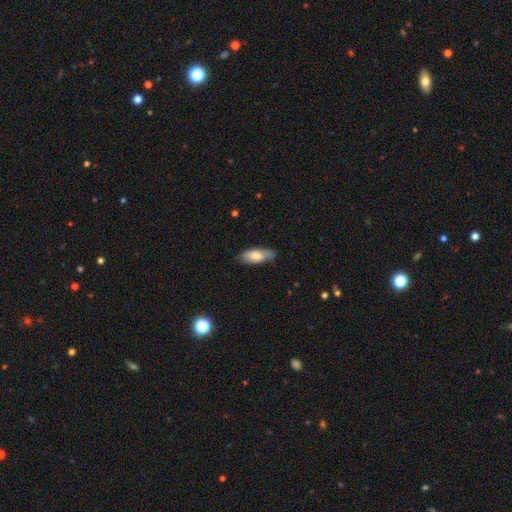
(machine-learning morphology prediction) smooth-or-featured: smooth: 68% | featured or disk: 26% | star or artifact: 6%
  how-rounded: in between: 77% | cigar-shaped: 21% | round: 2%
  merging: none: 70% | minor disturbance: 24% | major disturbance: 4% | merger: 2%